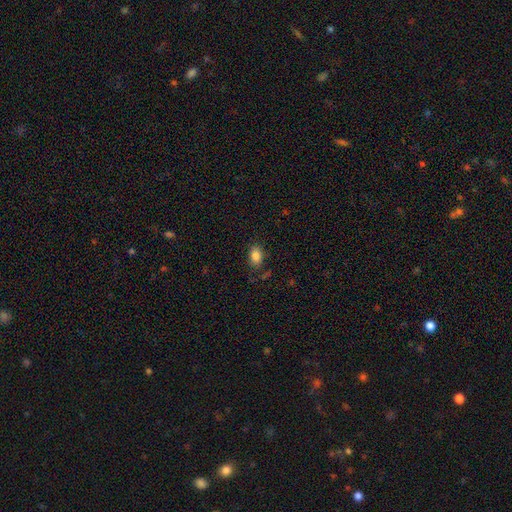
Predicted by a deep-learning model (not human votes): smooth 85%, star or artifact 10%, featured or disk 5%. Down the decision tree: how rounded — in between (83%); merging — none (80%).